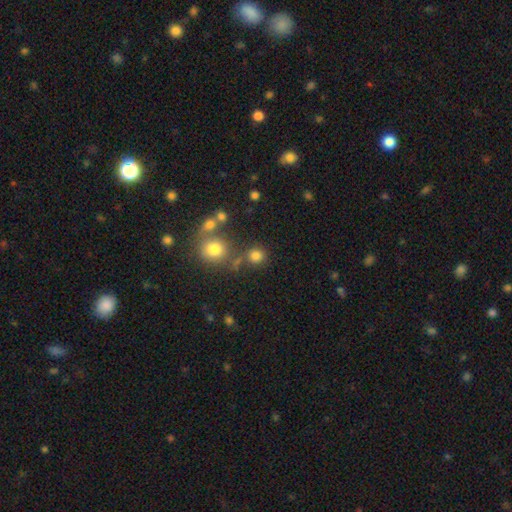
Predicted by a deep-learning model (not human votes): Overall: smooth (79%). How rounded: round (89%). Merging: none (72%).